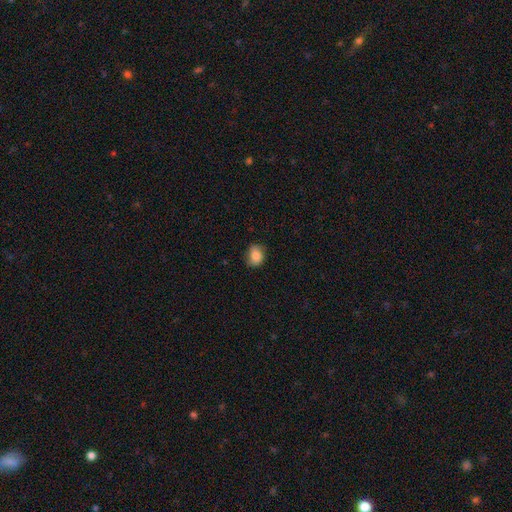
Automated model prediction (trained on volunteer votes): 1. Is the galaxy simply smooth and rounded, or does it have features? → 83% smooth, 9% featured or disk, 9% star or artifact.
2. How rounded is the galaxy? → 52% in between, 47% round, 1% cigar-shaped.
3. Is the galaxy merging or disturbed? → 76% none, 19% minor disturbance, 4% major disturbance, 1% merger.